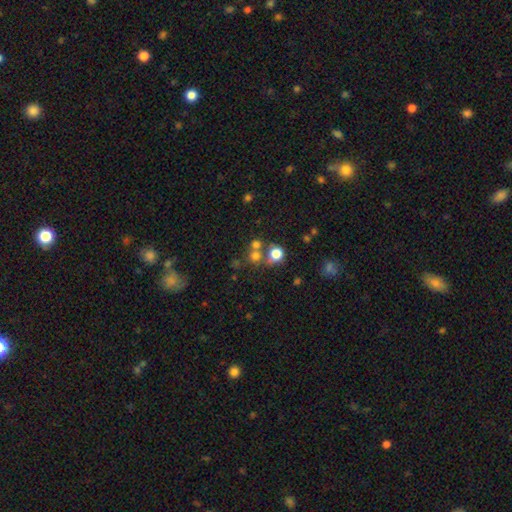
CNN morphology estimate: The model was most divided on "merging": none: 57%, merger: 31%, minor disturbance: 8%, major disturbance: 5%. More confident: how rounded — round (87%); smooth or featured — smooth (67%).